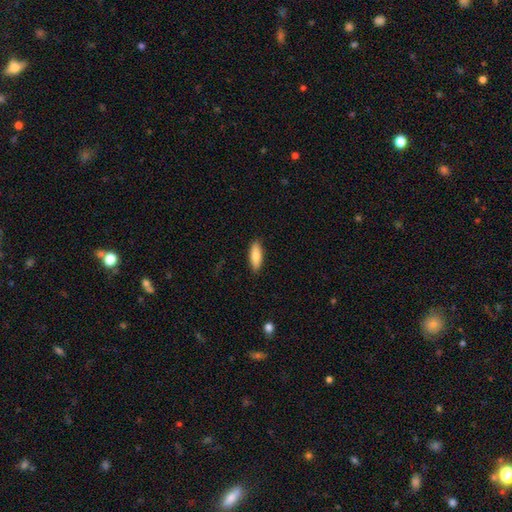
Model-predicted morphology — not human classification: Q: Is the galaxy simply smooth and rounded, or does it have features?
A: smooth — 81%.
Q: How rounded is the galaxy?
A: in between — 65%.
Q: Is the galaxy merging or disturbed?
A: none — 88%.